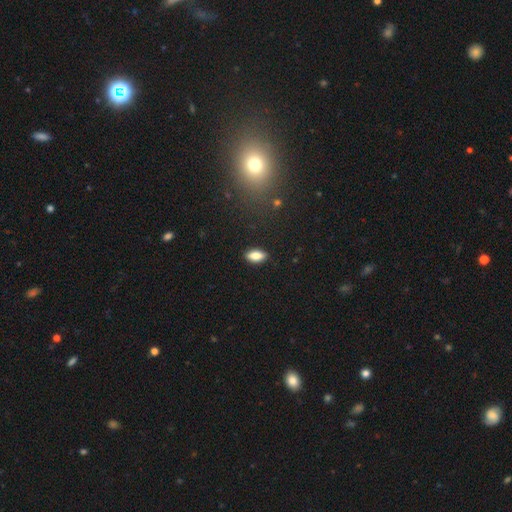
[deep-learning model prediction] This is clearly a smooth galaxy (81%). How rounded: clearly in between (85%). Merging: clearly none (88%).